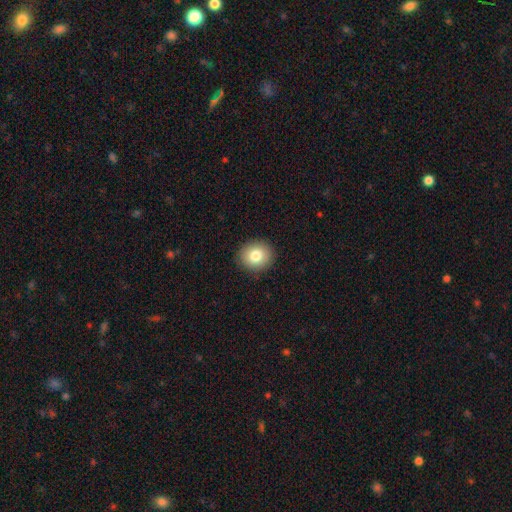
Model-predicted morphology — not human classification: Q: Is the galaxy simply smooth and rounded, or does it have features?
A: smooth — 81%.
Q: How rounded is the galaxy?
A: round — 72%.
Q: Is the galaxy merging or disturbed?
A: none — 91%.